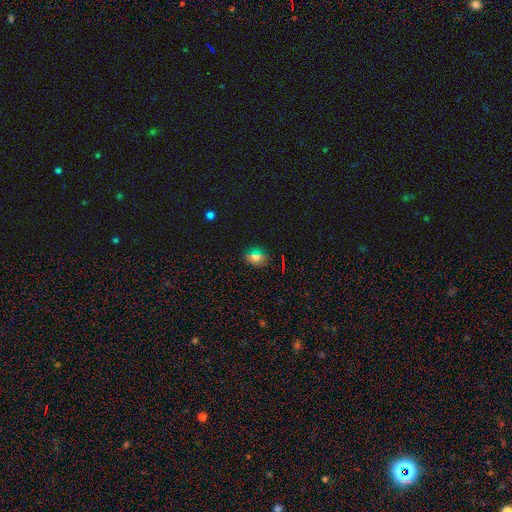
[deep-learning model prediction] Morphology: type=smooth (67%); roundness=round (59%); merging=none (86%).